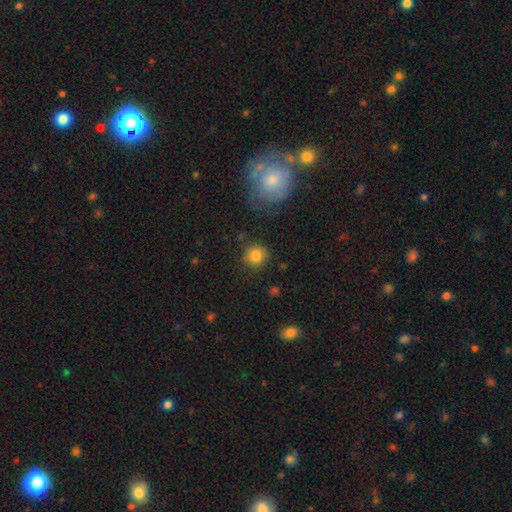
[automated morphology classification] This appears to be a smooth galaxy with no disk features (84%) that is round (90%). Merging: none (80%).